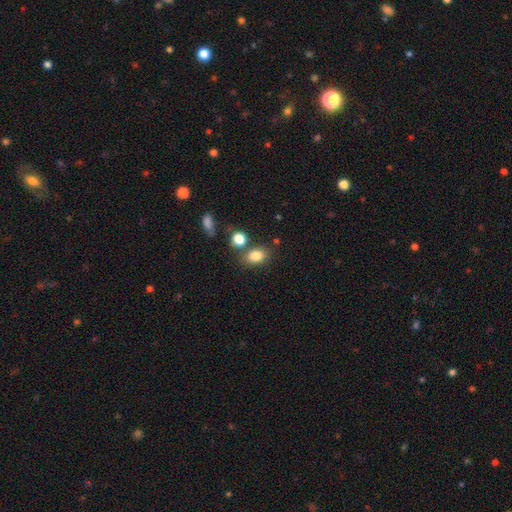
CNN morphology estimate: This appears to be a smooth galaxy with no disk features (83%) that is in between round and cigar-shaped (72%). Merging: none (68%).